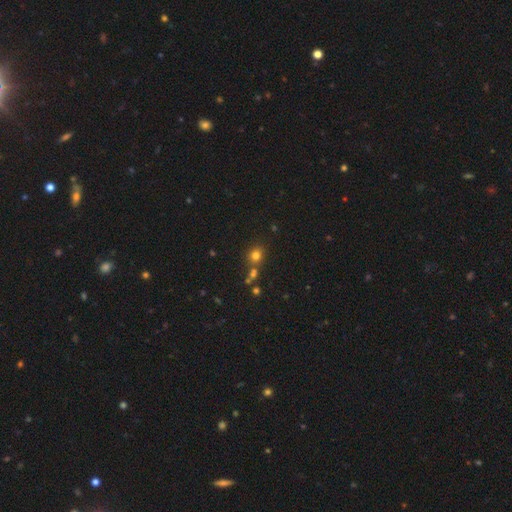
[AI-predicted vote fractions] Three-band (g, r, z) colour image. It shows a smooth galaxy with no disk features (74%) that is round (79%). Merging: none (71%).